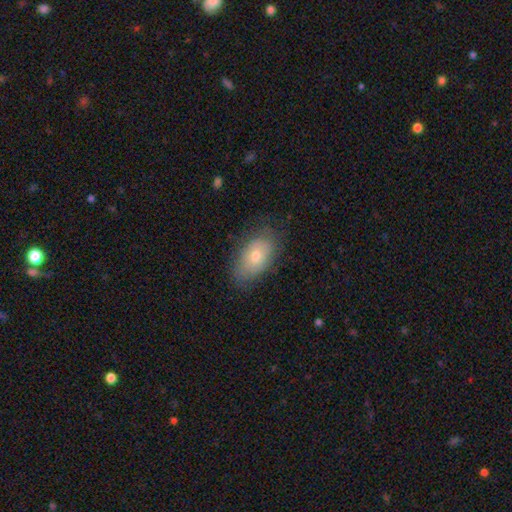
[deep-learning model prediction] Overall: smooth (69%). How rounded: in between (91%). Merging: none (74%).